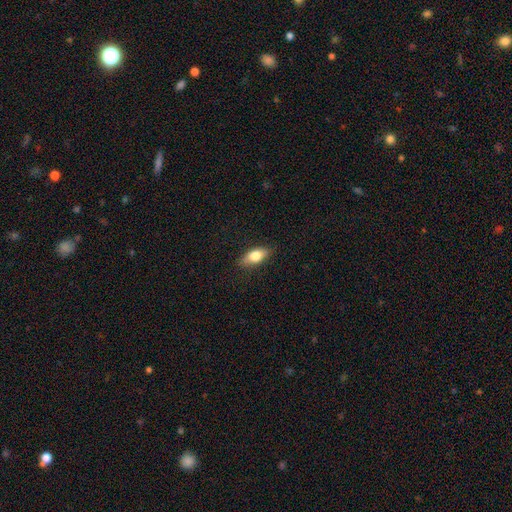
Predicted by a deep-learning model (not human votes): Smooth or featured? Predicted: smooth (p=0.73). How rounded? Predicted: in between (p=0.81). Merging? Predicted: none (p=0.85).